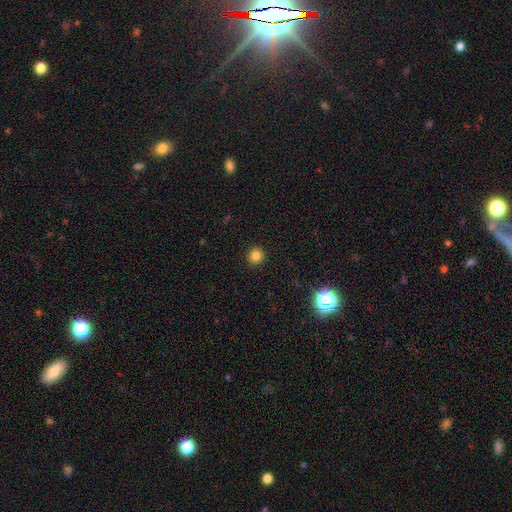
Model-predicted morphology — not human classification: Q: Smooth or featured?
A: smooth (83%); runner-up: star or artifact (13%)
Q: How rounded?
A: round (94%); runner-up: in between (5%)
Q: Merging?
A: none (93%); runner-up: minor disturbance (5%)